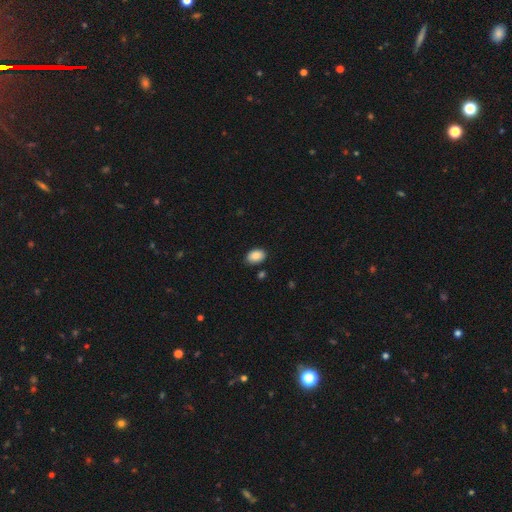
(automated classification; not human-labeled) A smooth galaxy with no disk features (88%) that is in between round and cigar-shaped (84%).

Vote fractions:
- Smooth or featured? smooth: 88% / star or artifact: 7% / featured or disk: 4%
- How rounded? in between: 84% / round: 15% / cigar-shaped: 1%
- Merging? none: 86% / minor disturbance: 10% / major disturbance: 2% / merger: 2%